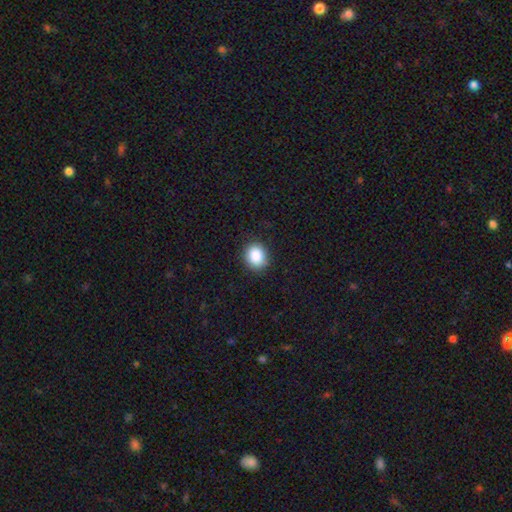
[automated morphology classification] This appears to be a smooth galaxy with no disk features (88%) that is round (62%). Merging: none (87%).